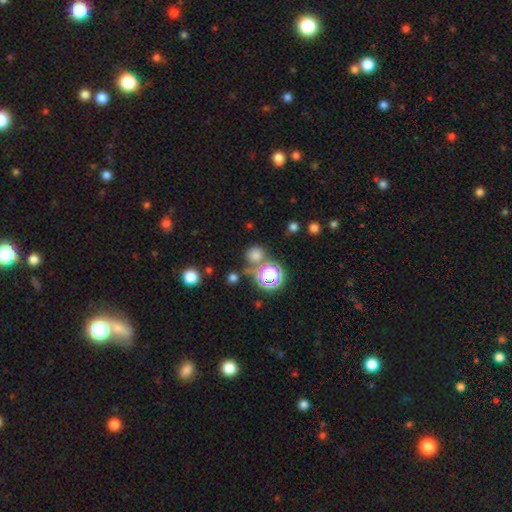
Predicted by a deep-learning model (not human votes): smooth_or_featured: smooth (p=0.65) [alt: star or artifact p=0.28]
how_rounded: round (p=0.88) [alt: in between p=0.11]
merging: none (p=0.68) [alt: merger p=0.17]